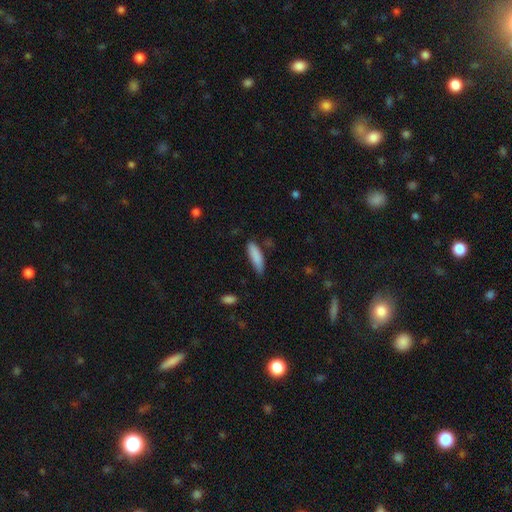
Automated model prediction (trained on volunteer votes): Smooth or featured: smooth — 86% (featured or disk — 8%)
How rounded: cigar-shaped — 58% (in between — 40%)
Merging: none — 68% (minor disturbance — 25%)